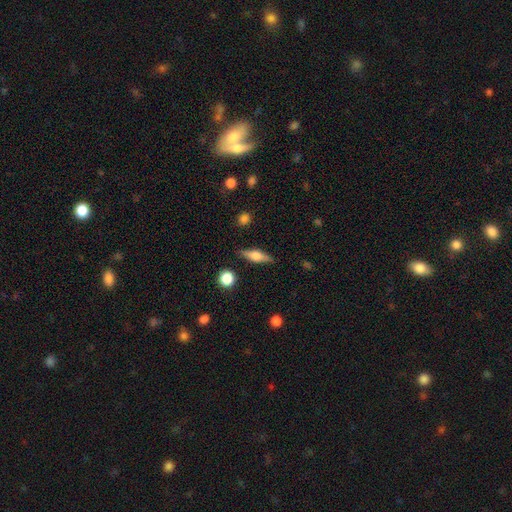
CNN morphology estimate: smooth-or-featured: featured or disk: 48% | smooth: 44% | star or artifact: 7%
  merging: none: 86% | minor disturbance: 10% | major disturbance: 2% | merger: 2%